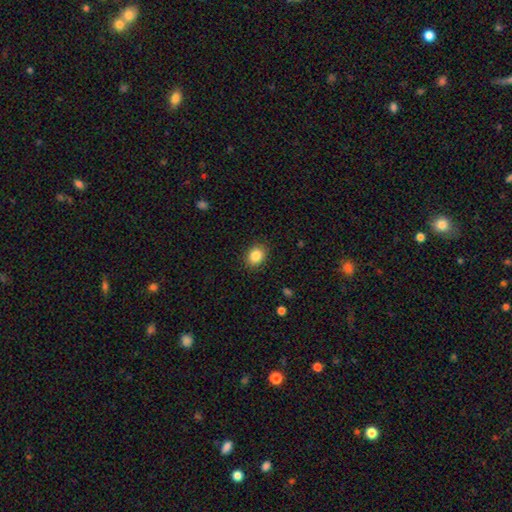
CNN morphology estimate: The model was most divided on "how rounded": round: 56%, in between: 43%, cigar-shaped: 1%. More confident: merging — none (89%); smooth or featured — smooth (86%).